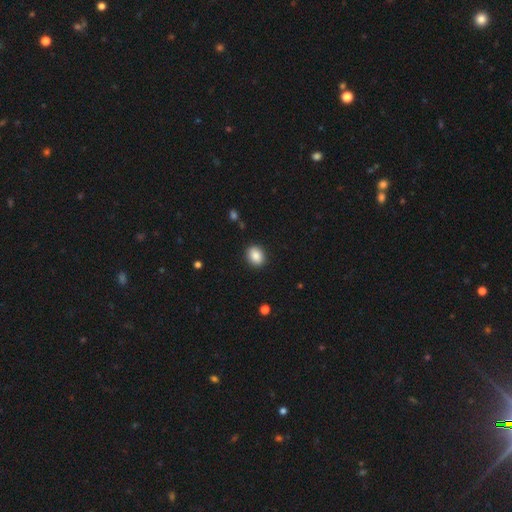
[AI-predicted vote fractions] This is clearly a smooth galaxy (88%). How rounded: possibly in between (55%). Merging: clearly none (90%).